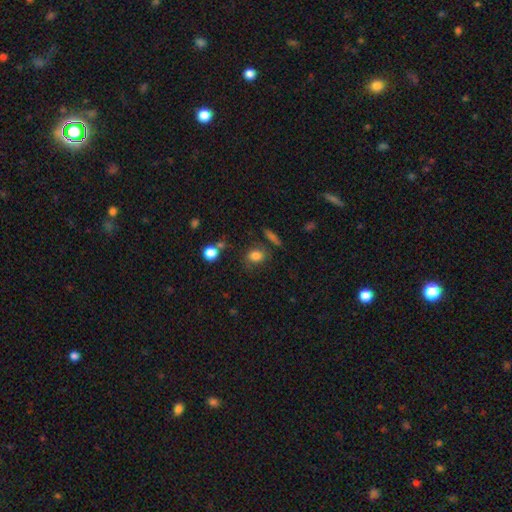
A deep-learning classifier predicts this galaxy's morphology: smooth-or-featured: smooth: 81% | star or artifact: 12% | featured or disk: 7%
  how-rounded: round: 52% | in between: 46% | cigar-shaped: 2%
  merging: none: 71% | minor disturbance: 16% | merger: 7% | major disturbance: 6%